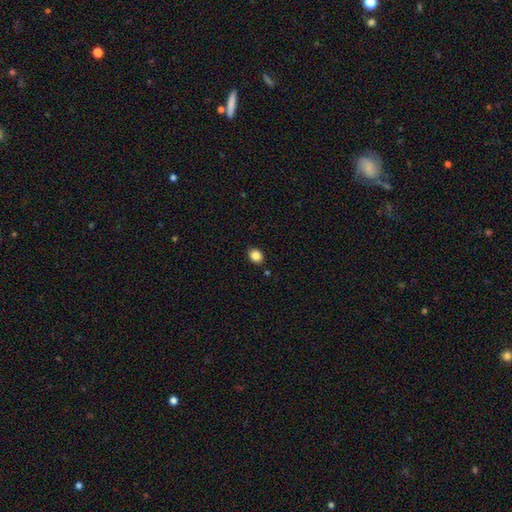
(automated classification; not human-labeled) Smooth or featured? Predicted: smooth (p=0.85). How rounded? Predicted: round (p=0.53). Merging? Predicted: none (p=0.88).